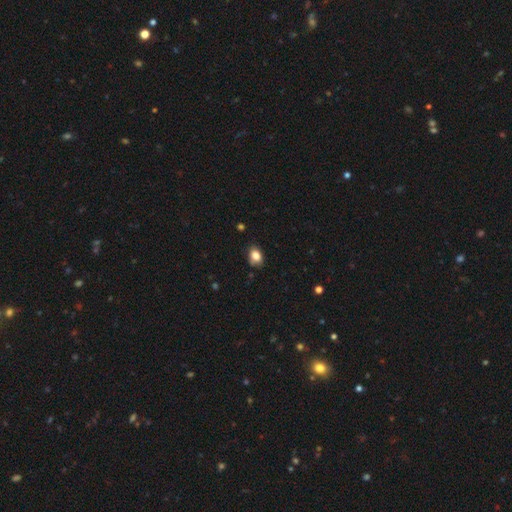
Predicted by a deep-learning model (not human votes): Overall: smooth (83%). How rounded: in between (68%; round 31%). Merging: none (76%).